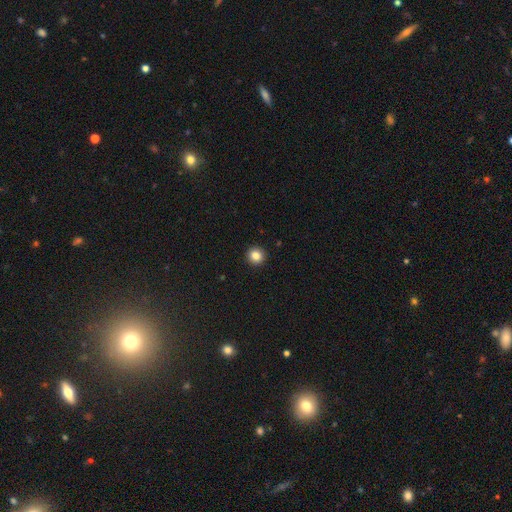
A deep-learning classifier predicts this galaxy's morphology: Smooth or featured?
  - smooth: 85% *
  - star or artifact: 10%
  - featured or disk: 5%
How rounded?
  - round: 94% *
  - in between: 5%
  - cigar-shaped: 1%
Merging?
  - none: 93% *
  - minor disturbance: 4%
  - major disturbance: 1%
  - merger: 1%